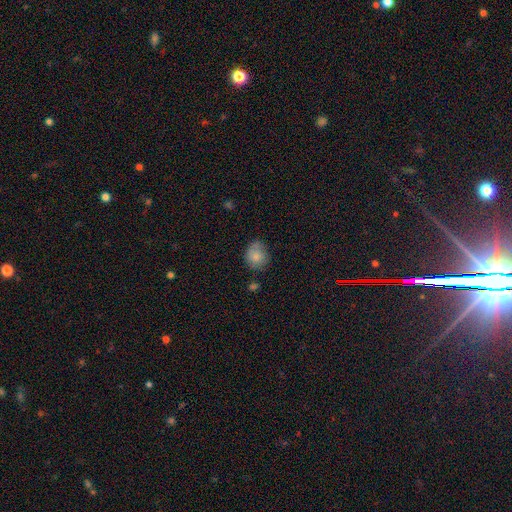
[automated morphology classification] Q: Smooth or featured?
A: smooth (79%); runner-up: featured or disk (12%)
Q: How rounded?
A: round (67%); runner-up: in between (32%)
Q: Merging?
A: none (60%); runner-up: minor disturbance (28%)